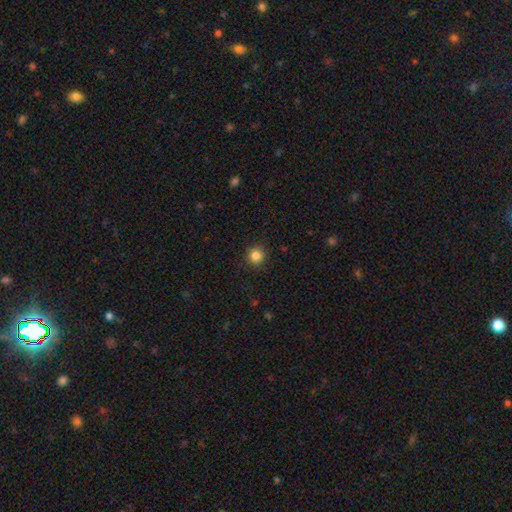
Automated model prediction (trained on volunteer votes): A smooth galaxy with no disk features (85%) that is round (94%). Merging: none (91%).